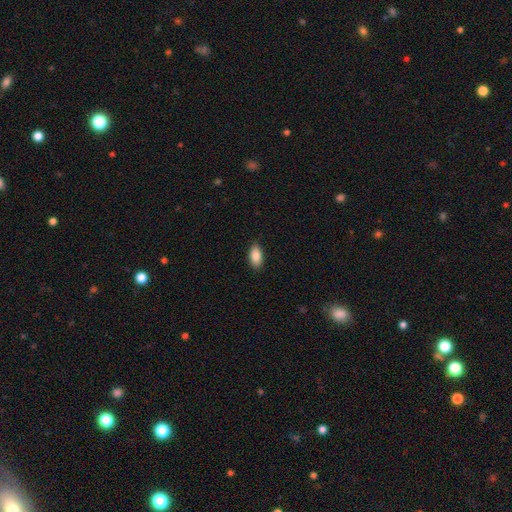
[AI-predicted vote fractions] Q: Smooth or featured?
A: smooth (86%); runner-up: featured or disk (7%)
Q: How rounded?
A: in between (91%); runner-up: cigar-shaped (6%)
Q: Merging?
A: none (89%); runner-up: minor disturbance (8%)